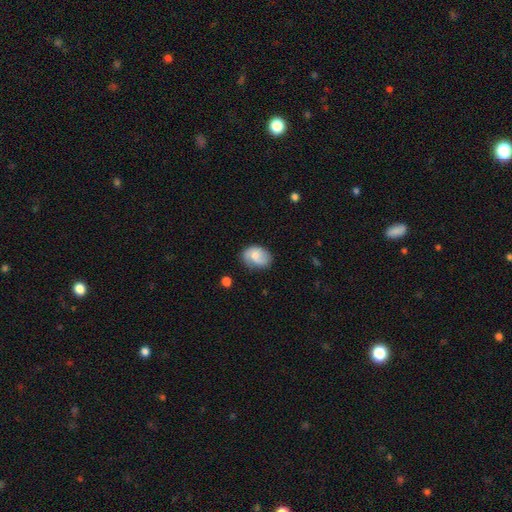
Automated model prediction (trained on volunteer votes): Smooth or featured? smooth (61%)
How rounded? in between (68%)
Merging? none (64%)